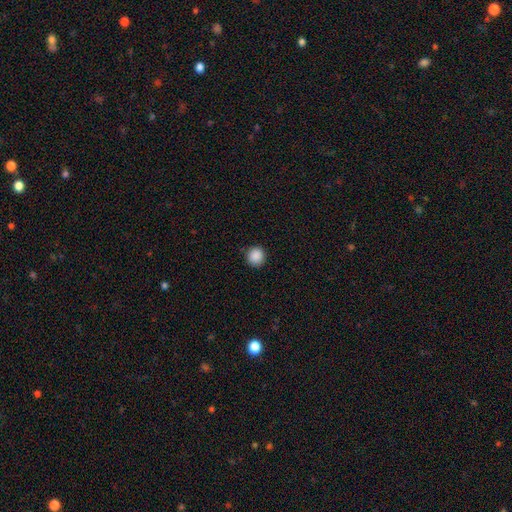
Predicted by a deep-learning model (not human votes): smooth 89%, star or artifact 9%, featured or disk 2%. Down the decision tree: how rounded — round (93%); merging — none (91%).